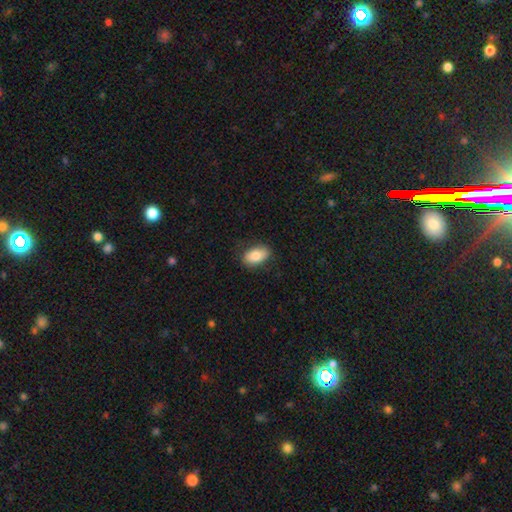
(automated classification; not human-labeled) This appears to be a smooth galaxy with no disk features (82%) that is in between round and cigar-shaped (91%). Merging: none (83%).